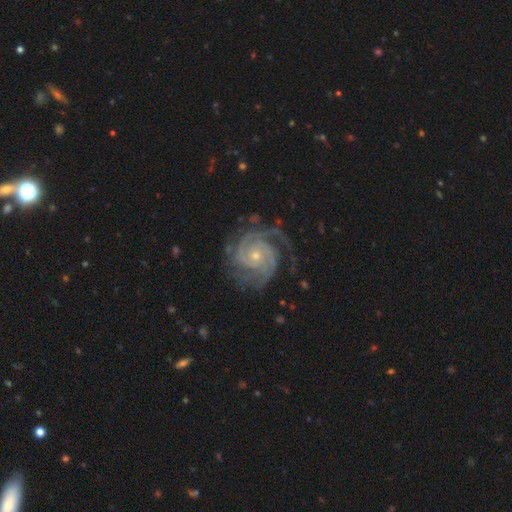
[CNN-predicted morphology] Overall: featured or disk (93%). Edge-on disk: no (98%). Bar: no (74%). Spiral arms: yes (99%). Spiral arm count: 2 (34%; 3 32%). Spiral winding: tight (72%). Bulge size: small (66%; moderate 31%). Merging: none (73%).